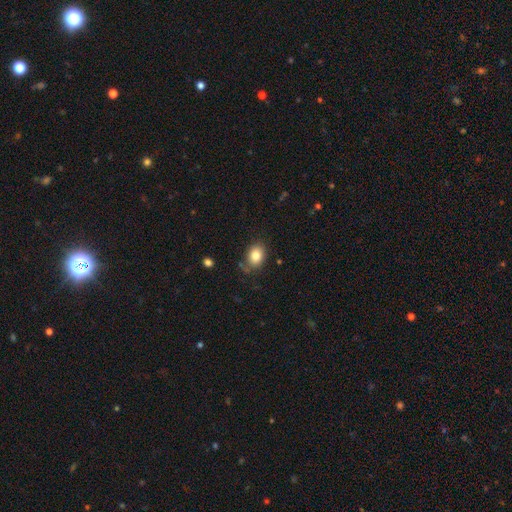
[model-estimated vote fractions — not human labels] A smooth galaxy with no disk features (83%) that is in between round and cigar-shaped (71%). Merging: none (75%).